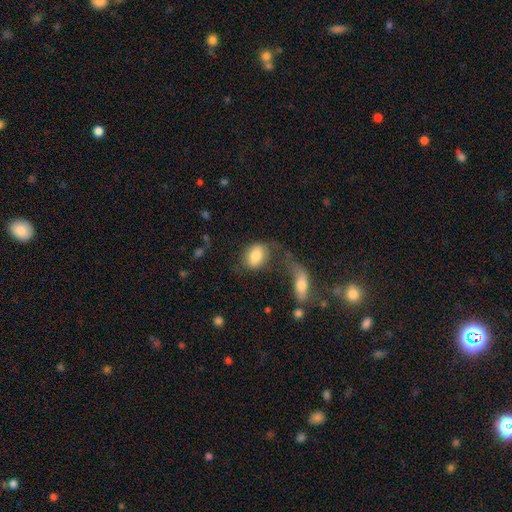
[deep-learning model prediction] This is clearly a smooth galaxy (80%). How rounded: likely in between (80%). Merging: marginally none (42%).